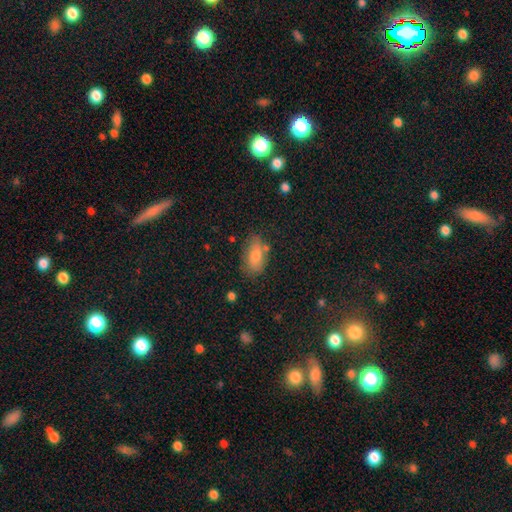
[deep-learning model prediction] A smooth galaxy with no disk features (74%) that is in between round and cigar-shaped (88%). Merging: none (74%).